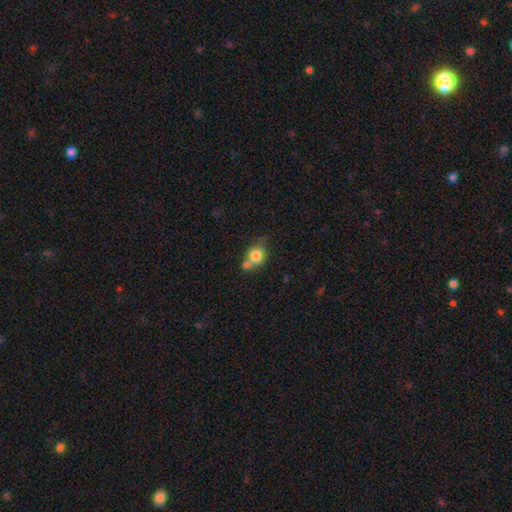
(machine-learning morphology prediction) Smooth or featured: smooth — 77% (featured or disk — 14%)
How rounded: round — 65% (in between — 34%)
Merging: merger — 43% (none — 37%)